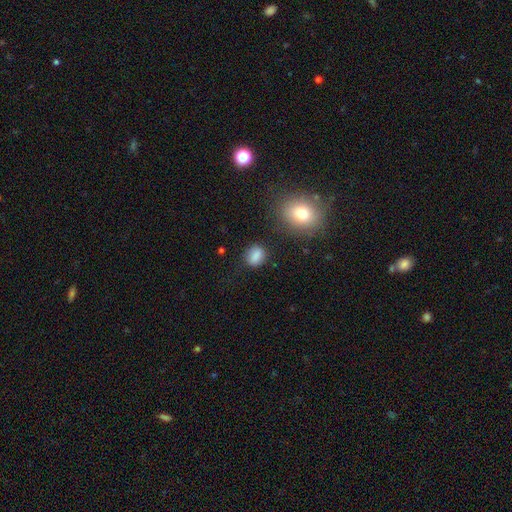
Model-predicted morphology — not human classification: Q: Smooth or featured?
A: smooth (83%); runner-up: star or artifact (10%)
Q: How rounded?
A: in between (50%); runner-up: round (48%)
Q: Merging?
A: none (78%); runner-up: minor disturbance (14%)